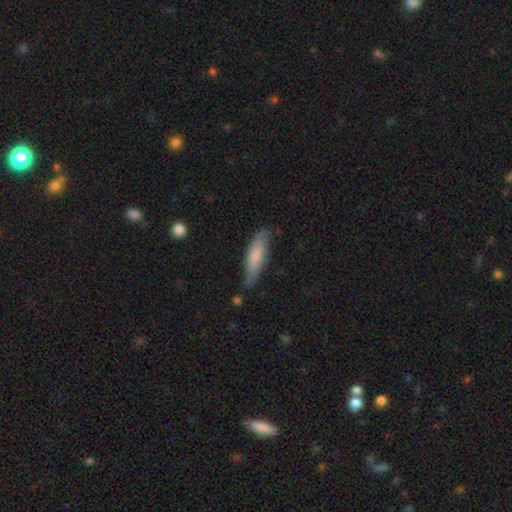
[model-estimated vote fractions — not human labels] Morphology: type=smooth (76%); roundness=cigar-shaped (60%); merging=none (70%).